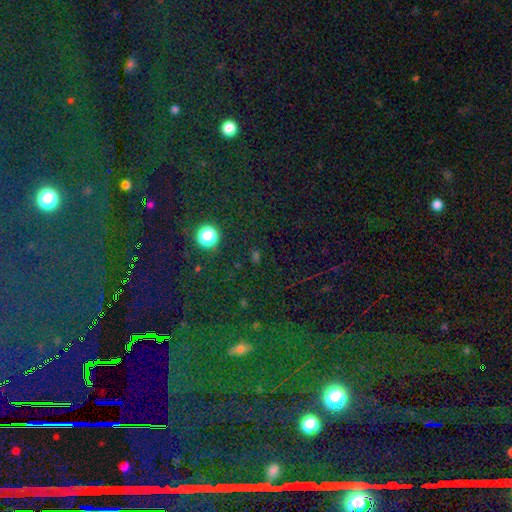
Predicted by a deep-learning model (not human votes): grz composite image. It shows a star or artifact, not a galaxy (52%).